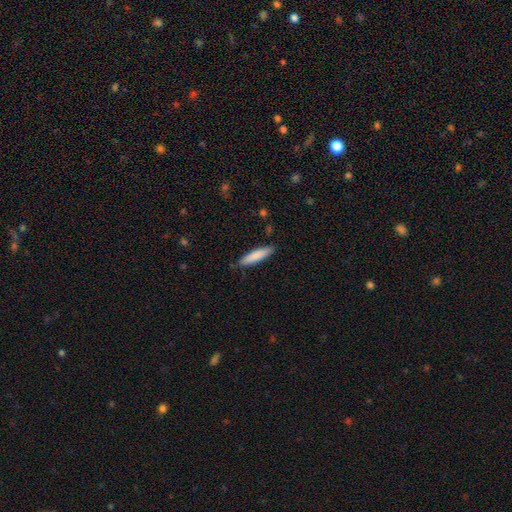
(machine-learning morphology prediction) This appears to be a smooth galaxy with no disk features (83%) that is cigar-shaped (81%). Merging: none (86%).